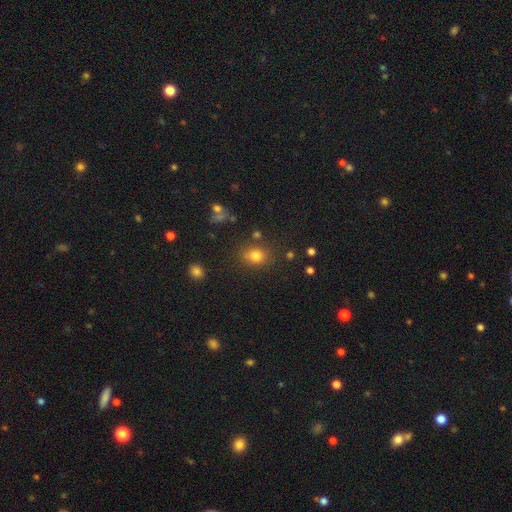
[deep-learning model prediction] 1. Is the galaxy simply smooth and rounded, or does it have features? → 78% smooth, 15% star or artifact, 7% featured or disk.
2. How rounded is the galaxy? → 55% round, 43% in between, 1% cigar-shaped.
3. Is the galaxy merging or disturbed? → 78% none, 13% minor disturbance, 5% merger, 4% major disturbance.